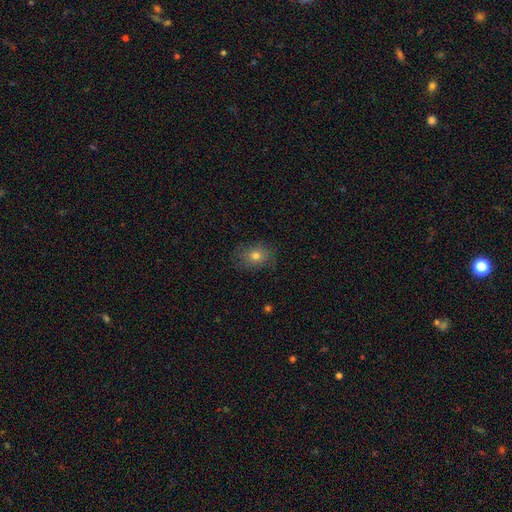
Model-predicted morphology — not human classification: smooth_or_featured: smooth (p=0.73) [alt: featured or disk p=0.15]
how_rounded: in between (p=0.54) [alt: round p=0.45]
merging: none (p=0.76) [alt: minor disturbance p=0.17]